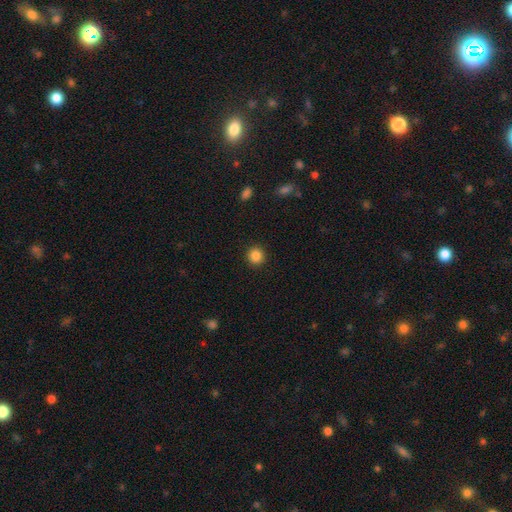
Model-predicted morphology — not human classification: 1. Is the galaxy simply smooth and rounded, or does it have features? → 86% smooth, 10% star or artifact, 4% featured or disk.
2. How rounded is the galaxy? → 94% round, 6% in between, 1% cigar-shaped.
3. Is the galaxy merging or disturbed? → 92% none, 5% minor disturbance, 2% major disturbance, 1% merger.